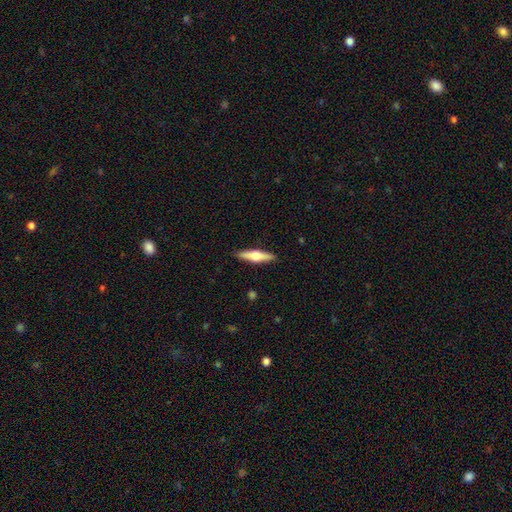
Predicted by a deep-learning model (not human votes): smooth_or_featured: featured or disk (p=0.51) [alt: smooth p=0.43]
disk_edge_on: yes (p=0.95) [alt: no p=0.05]
merging: none (p=0.90) [alt: minor disturbance p=0.07]